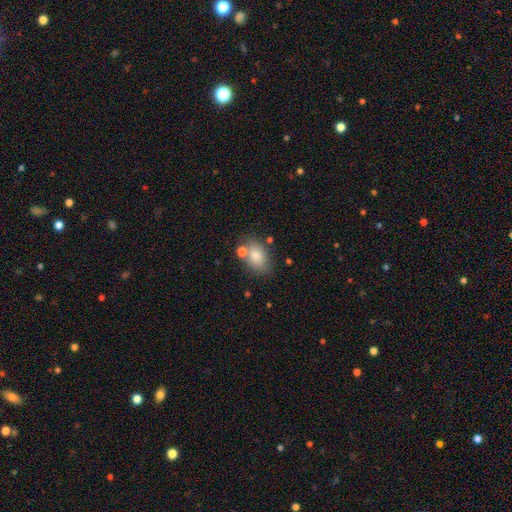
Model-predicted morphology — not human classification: This is clearly a smooth galaxy (82%). How rounded: clearly in between (84%). Merging: likely none (66%).